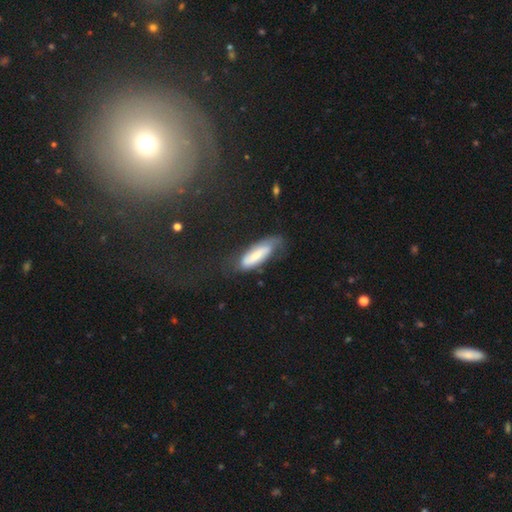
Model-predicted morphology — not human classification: Overall: smooth (59%; featured or disk 33%). How rounded: in between (52%; cigar-shaped 46%). Merging: none (52%; minor disturbance 29%).